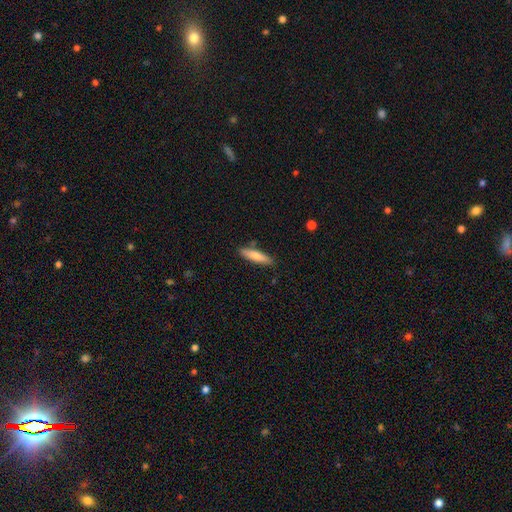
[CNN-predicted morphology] smooth 75%, featured or disk 19%, star or artifact 6%. Down the decision tree: how rounded — cigar-shaped (76%); merging — none (82%).